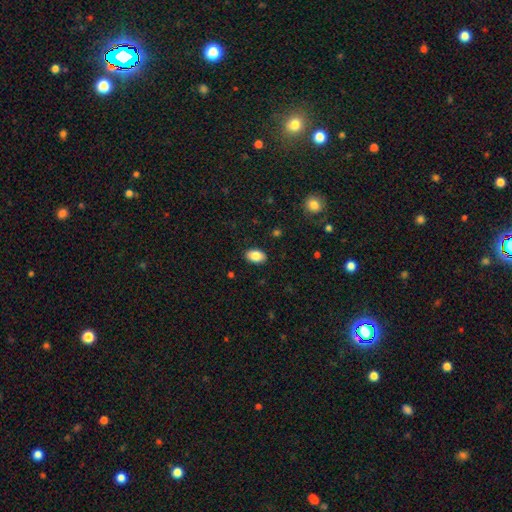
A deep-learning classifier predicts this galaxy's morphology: Smooth or featured?
  - smooth: 85% *
  - star or artifact: 8%
  - featured or disk: 7%
How rounded?
  - in between: 89% *
  - round: 10%
  - cigar-shaped: 1%
Merging?
  - none: 89% *
  - minor disturbance: 8%
  - major disturbance: 2%
  - merger: 1%